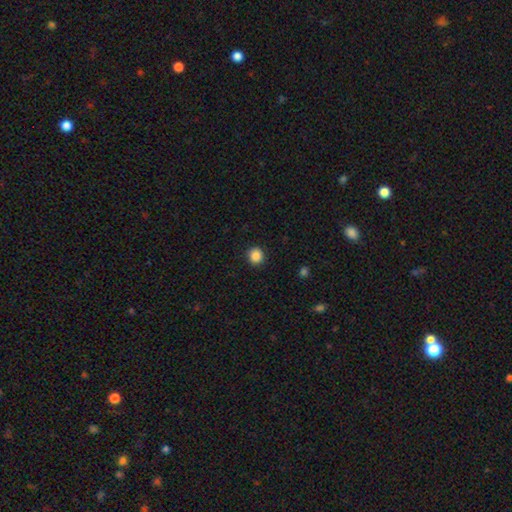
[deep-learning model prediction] The model was most divided on "smooth or featured": smooth: 87%, star or artifact: 10%, featured or disk: 3%. More confident: merging — none (92%); how rounded — round (91%).